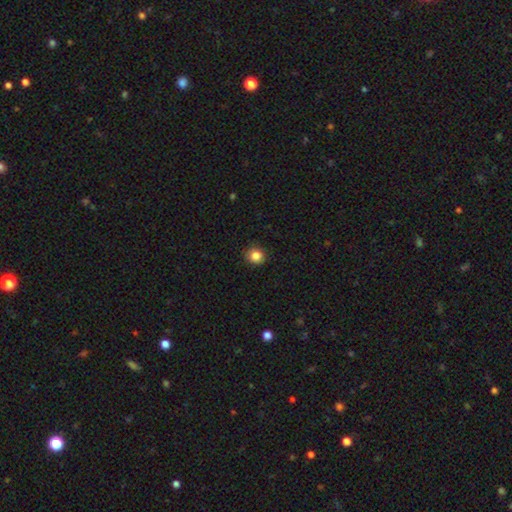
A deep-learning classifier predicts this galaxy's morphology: This appears to be a smooth galaxy with no disk features (84%) that is round (89%). Merging: none (88%).